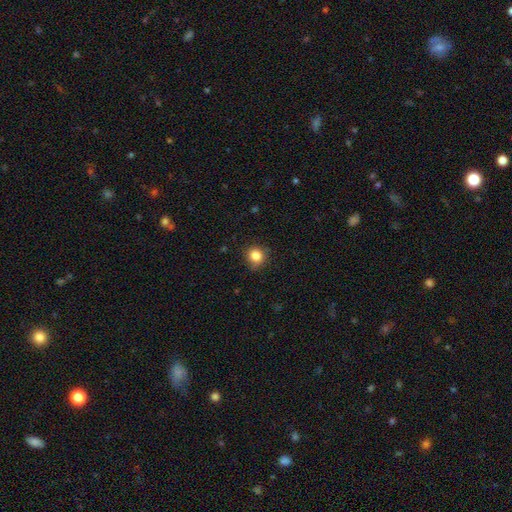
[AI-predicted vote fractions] A smooth galaxy with no disk features (84%) that is round (85%).

Vote fractions:
- Smooth or featured? smooth: 84% / star or artifact: 11% / featured or disk: 5%
- How rounded? round: 85% / in between: 14% / cigar-shaped: 1%
- Merging? none: 81% / minor disturbance: 15% / major disturbance: 3% / merger: 1%